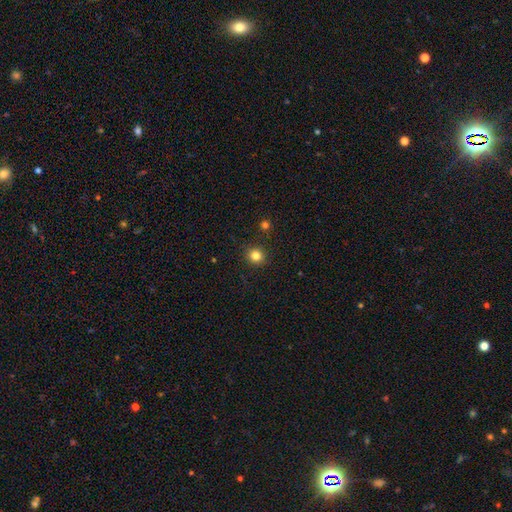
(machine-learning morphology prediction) A smooth galaxy with no disk features (82%) that is round (91%).

Vote fractions:
- Smooth or featured? smooth: 82% / star or artifact: 13% / featured or disk: 5%
- How rounded? round: 91% / in between: 8% / cigar-shaped: 1%
- Merging? none: 91% / minor disturbance: 5% / merger: 2% / major disturbance: 2%